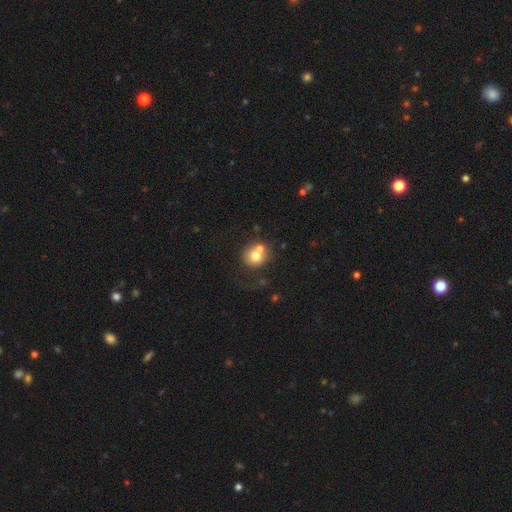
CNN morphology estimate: type=smooth (69%); roundness=round (83%); merging=merger (42%).